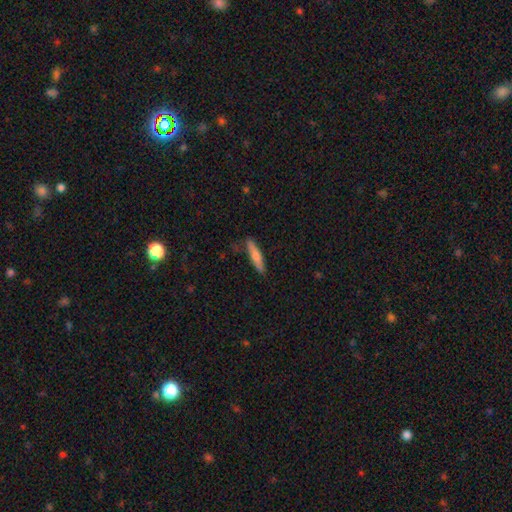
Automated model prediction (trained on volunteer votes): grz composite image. It shows a smooth galaxy with no disk features (56%) that is cigar-shaped (89%). Merging: none (85%).